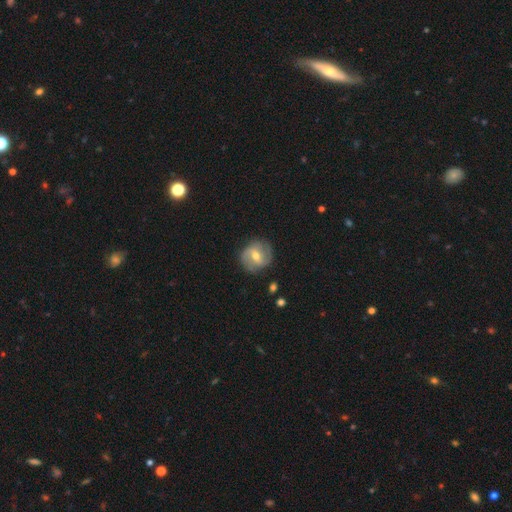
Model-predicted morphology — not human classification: Q: Smooth or featured?
A: featured or disk (66%); runner-up: smooth (27%)
Q: Edge-on disk?
A: no (97%); runner-up: yes (3%)
Q: Bar?
A: weak (50%); runner-up: strong (26%)
Q: Spiral arms?
A: yes (83%); runner-up: no (17%)
Q: Spiral winding?
A: medium (43%); runner-up: tight (38%)
Q: Spiral arm count?
A: 2 (70%); runner-up: can't tell (16%)
Q: Bulge size?
A: moderate (69%); runner-up: small (26%)
Q: Merging?
A: none (79%); runner-up: minor disturbance (15%)